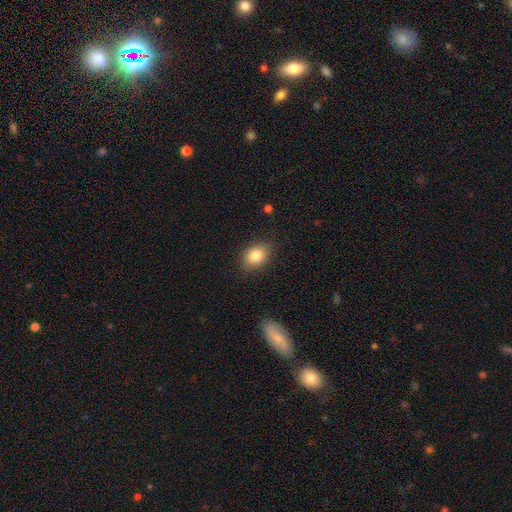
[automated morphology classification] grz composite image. It shows a smooth galaxy with no disk features (82%) that is in between round and cigar-shaped (71%). Merging: none (84%).